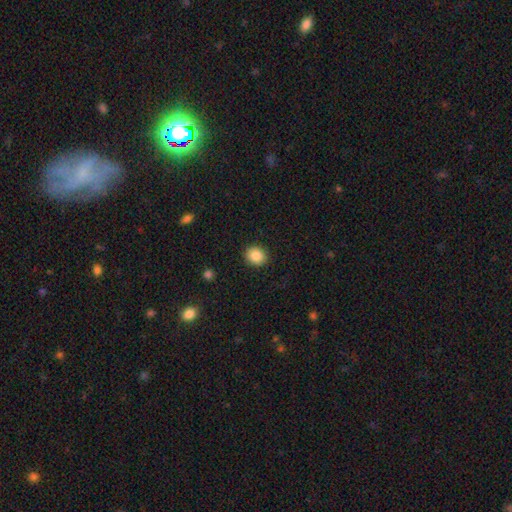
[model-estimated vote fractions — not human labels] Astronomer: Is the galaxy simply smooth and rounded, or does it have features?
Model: smooth — 87%.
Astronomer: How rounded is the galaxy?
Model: round — 78%.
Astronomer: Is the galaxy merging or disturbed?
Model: none — 90%.